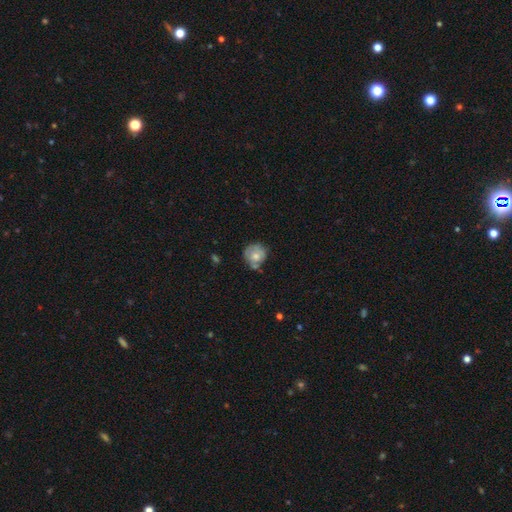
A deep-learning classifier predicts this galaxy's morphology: smooth-or-featured: smooth: 63% | featured or disk: 29% | star or artifact: 8%
  how-rounded: round: 84% | in between: 15% | cigar-shaped: 1%
  merging: none: 54% | minor disturbance: 27% | merger: 11% | major disturbance: 8%